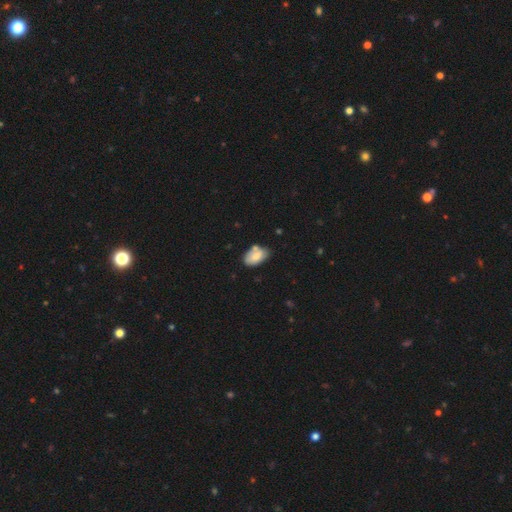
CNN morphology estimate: Smooth or featured? smooth (76%)
How rounded? in between (92%)
Merging? none (55%)